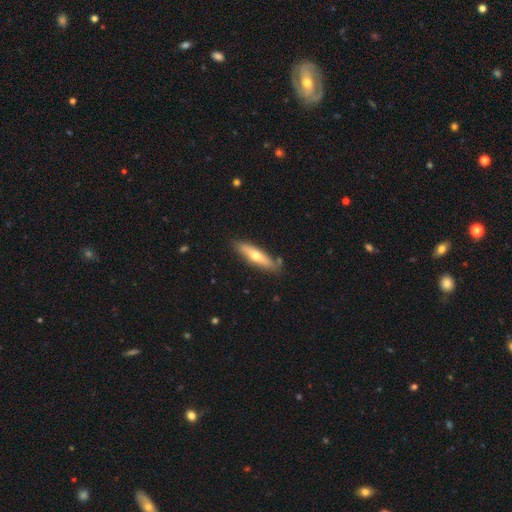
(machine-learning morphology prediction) This appears to be a smooth galaxy with no disk features (52%) that is cigar-shaped (75%). Merging: none (81%).